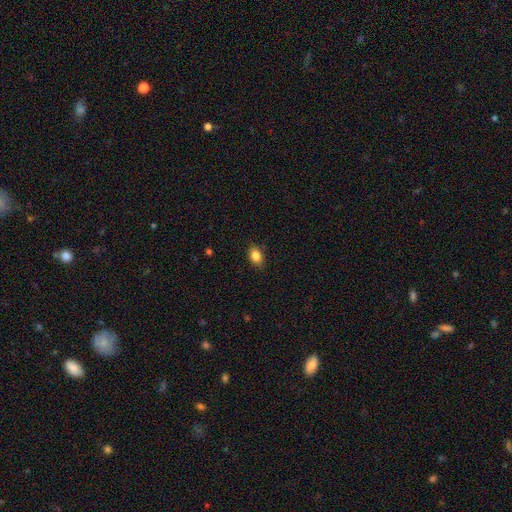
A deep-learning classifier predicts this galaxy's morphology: Smooth or featured? Predicted: smooth (p=0.85). How rounded? Predicted: in between (p=0.79). Merging? Predicted: none (p=0.87).